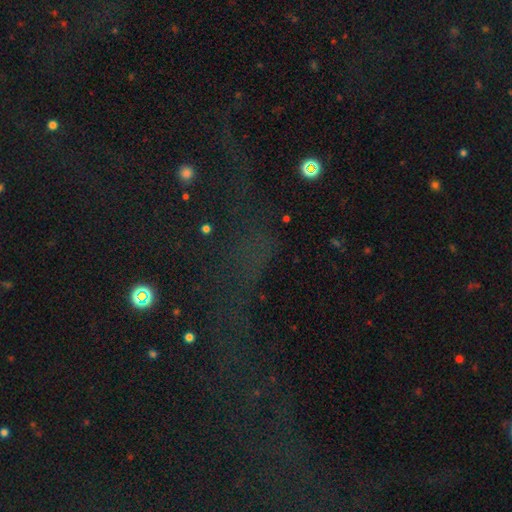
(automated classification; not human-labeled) A star or artifact, not a galaxy (68%).